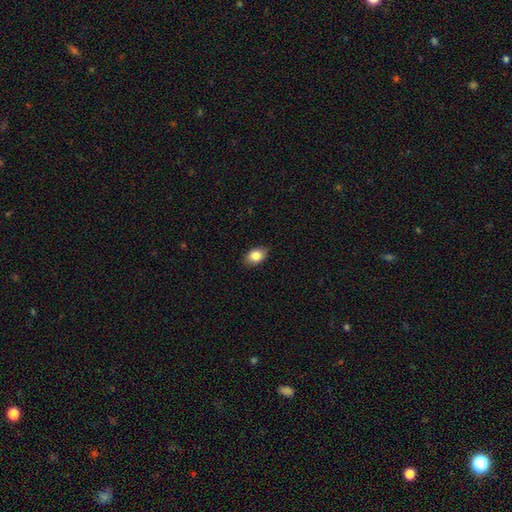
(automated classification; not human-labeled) Q: Smooth or featured?
A: smooth (86%); runner-up: star or artifact (8%)
Q: How rounded?
A: in between (83%); runner-up: round (16%)
Q: Merging?
A: none (87%); runner-up: minor disturbance (10%)